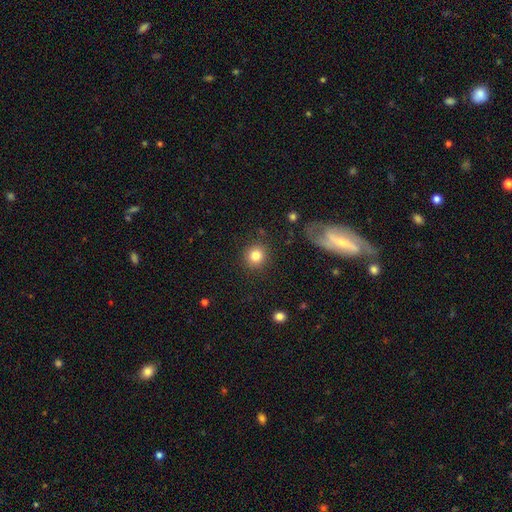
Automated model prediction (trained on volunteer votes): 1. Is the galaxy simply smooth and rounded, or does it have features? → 83% smooth, 10% star or artifact, 6% featured or disk.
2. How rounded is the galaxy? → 91% round, 8% in between, 1% cigar-shaped.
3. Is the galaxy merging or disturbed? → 89% none, 7% minor disturbance, 3% major disturbance, 2% merger.